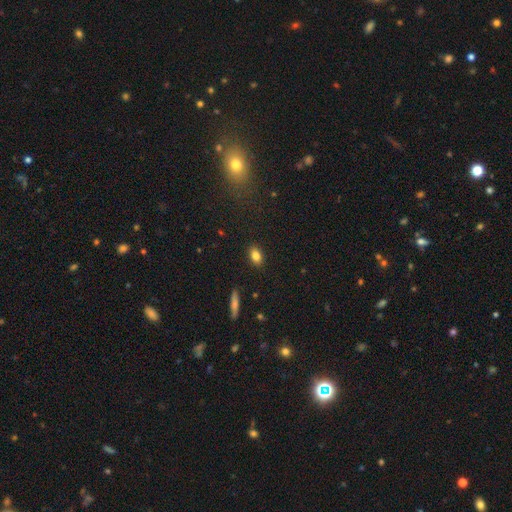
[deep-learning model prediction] smooth 82%, star or artifact 9%, featured or disk 9%. Down the decision tree: how rounded — in between (83%); merging — none (88%).